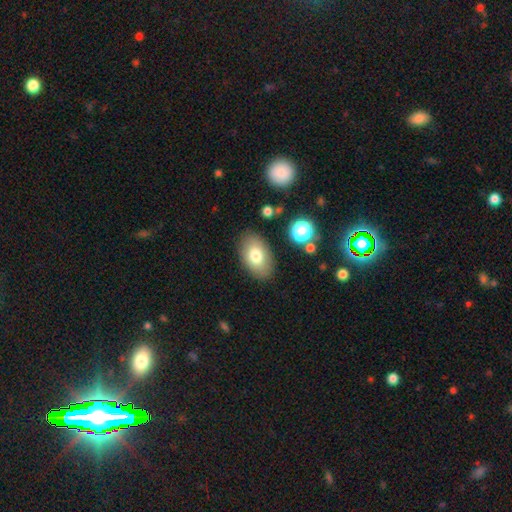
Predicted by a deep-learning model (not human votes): A smooth galaxy with no disk features (77%) that is in between round and cigar-shaped (90%).

Vote fractions:
- Smooth or featured? smooth: 77% / featured or disk: 15% / star or artifact: 8%
- How rounded? in between: 90% / round: 8% / cigar-shaped: 1%
- Merging? none: 84% / minor disturbance: 11% / major disturbance: 3% / merger: 2%